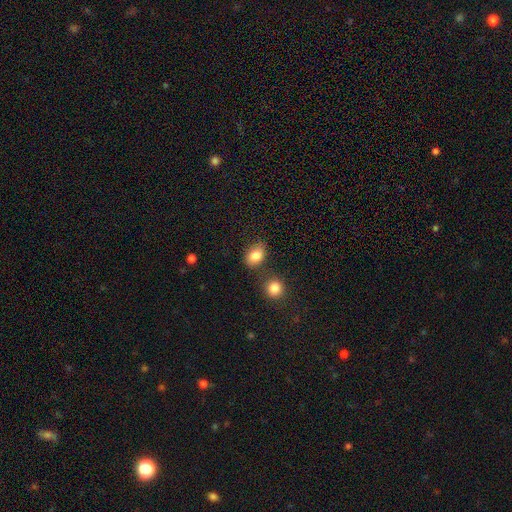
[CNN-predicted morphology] A smooth galaxy with no disk features (84%) that is in between round and cigar-shaped (74%).

Vote fractions:
- Smooth or featured? smooth: 84% / star or artifact: 9% / featured or disk: 7%
- How rounded? in between: 74% / round: 25% / cigar-shaped: 1%
- Merging? none: 69% / minor disturbance: 15% / merger: 12% / major disturbance: 4%